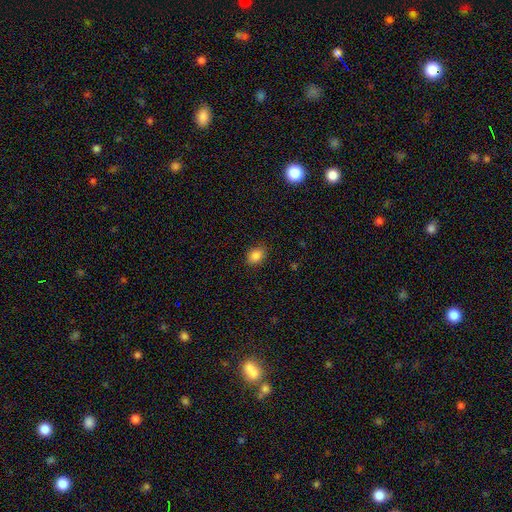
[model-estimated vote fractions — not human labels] Smooth or featured? smooth (85%)
How rounded? in between (69%)
Merging? none (83%)